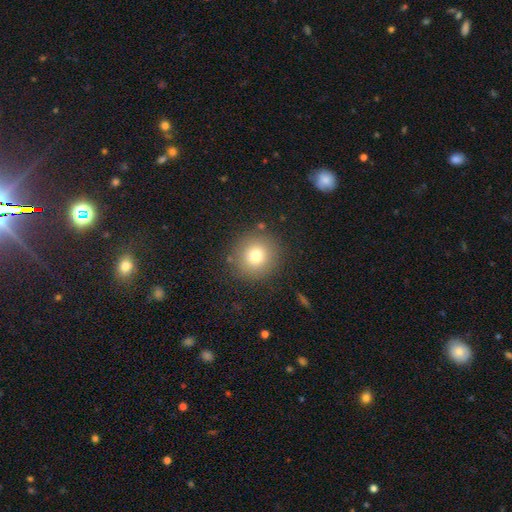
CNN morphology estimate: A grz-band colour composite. It shows a smooth galaxy with no disk features (77%) that is round (94%). Merging: none (87%).